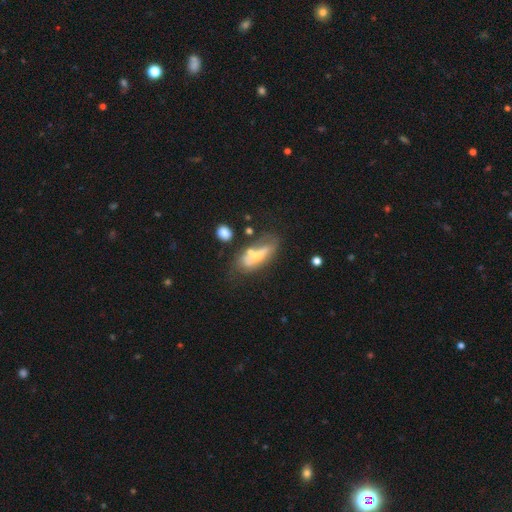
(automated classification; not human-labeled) Smooth or featured?
  - smooth: 46% * (tied)
  - featured or disk: 46% * (tied)
  - star or artifact: 8%
Merging?
  - none: 36% *
  - minor disturbance: 23%
  - merger: 21%
  - major disturbance: 19%